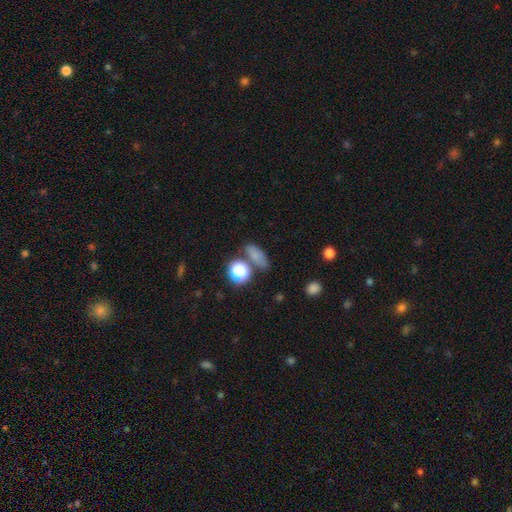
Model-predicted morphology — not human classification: Smooth or featured?
  - smooth: 72% *
  - star or artifact: 19%
  - featured or disk: 9%
How rounded?
  - in between: 67% *
  - round: 21%
  - cigar-shaped: 12%
Merging?
  - none: 66% *
  - minor disturbance: 15%
  - merger: 13%
  - major disturbance: 6%